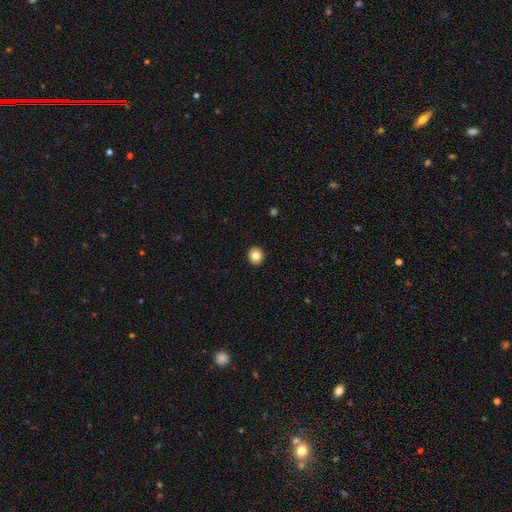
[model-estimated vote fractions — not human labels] A smooth galaxy with no disk features (83%) that is round (88%). Merging: none (93%).